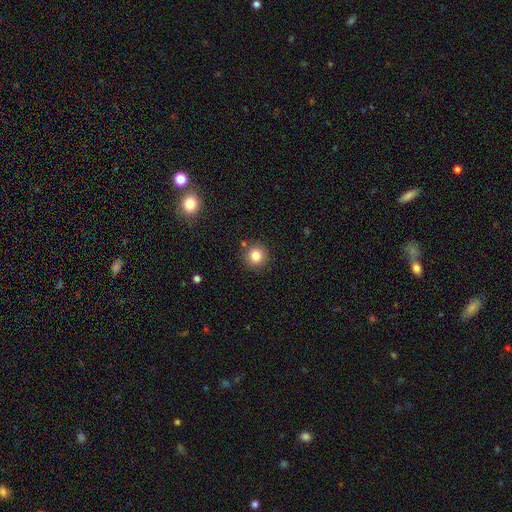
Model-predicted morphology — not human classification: type=smooth (83%); roundness=round (92%); merging=none (86%).